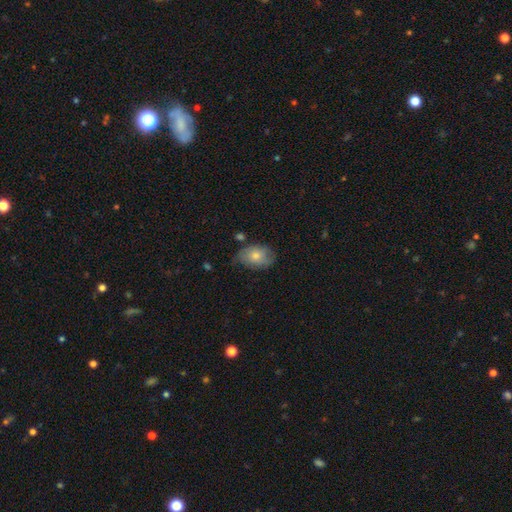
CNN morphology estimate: smooth-or-featured: smooth: 69% | featured or disk: 24% | star or artifact: 7%
  how-rounded: in between: 83% | round: 16% | cigar-shaped: 1%
  merging: none: 58% | minor disturbance: 31% | major disturbance: 7% | merger: 3%